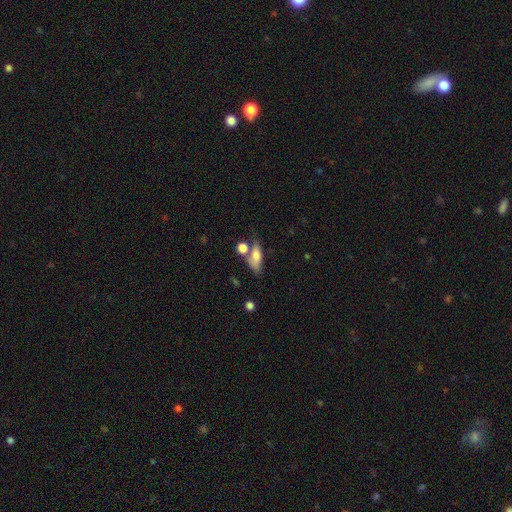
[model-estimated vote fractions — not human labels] Overall: smooth (73%). How rounded: in between (72%). Merging: none (46%; merger 24%).